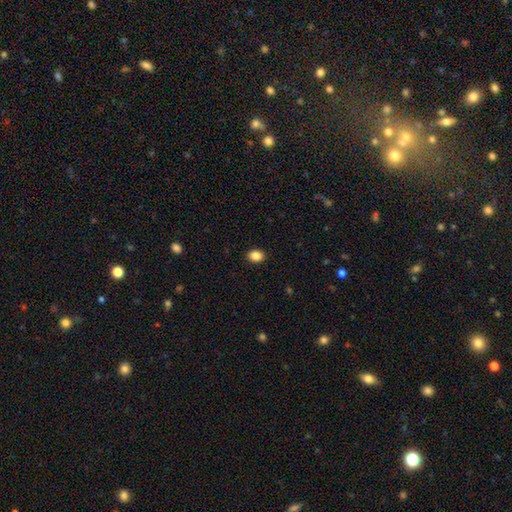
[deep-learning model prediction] Morphology: type=smooth (87%); roundness=in between (54%); merging=none (91%).